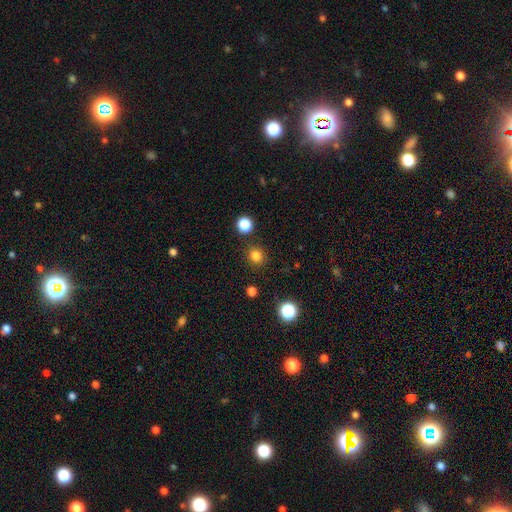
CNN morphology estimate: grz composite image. It shows a smooth galaxy with no disk features (81%) that is round (86%). Merging: none (89%).